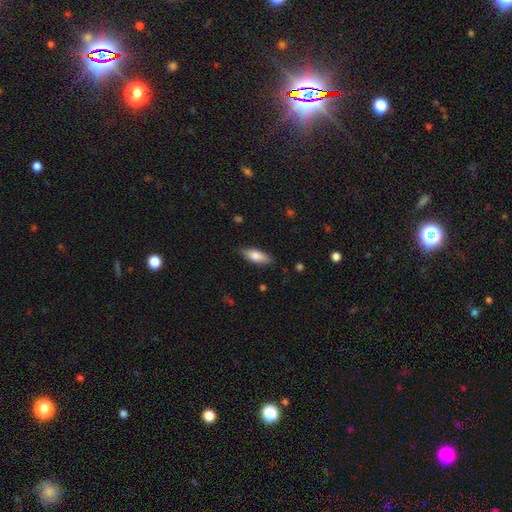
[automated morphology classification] This appears to be a smooth galaxy with no disk features (79%) that is in between round and cigar-shaped (70%). Merging: none (85%).